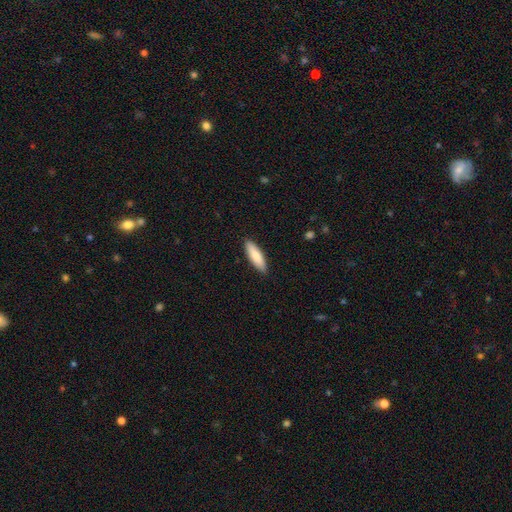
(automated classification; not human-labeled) Smooth or featured? Predicted: smooth (p=0.84). How rounded? Predicted: cigar-shaped (p=0.56). Merging? Predicted: none (p=0.90).